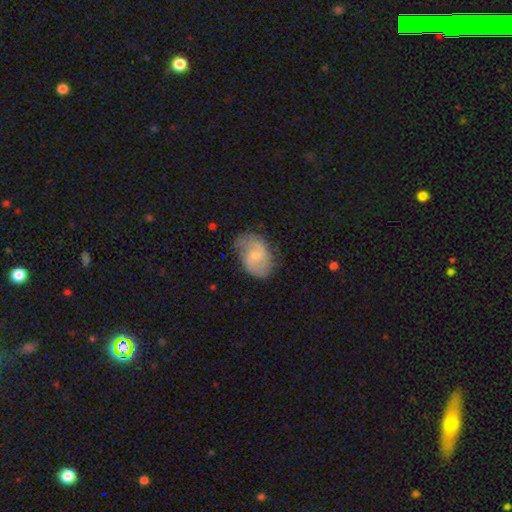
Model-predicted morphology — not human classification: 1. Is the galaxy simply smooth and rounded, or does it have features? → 63% featured or disk, 31% smooth, 6% star or artifact.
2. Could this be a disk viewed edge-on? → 97% no, 3% yes.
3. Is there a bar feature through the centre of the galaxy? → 47% weak, 45% no, 8% strong.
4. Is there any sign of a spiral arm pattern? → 88% yes, 12% no.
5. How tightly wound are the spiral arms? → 44% medium, 38% loose, 17% tight.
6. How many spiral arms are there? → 84% 2, 10% can't tell, 3% 1, 2% 3, 1% 4, 1% more than 4.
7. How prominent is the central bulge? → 60% small, 30% moderate, 7% none, 2% large, 1% dominant.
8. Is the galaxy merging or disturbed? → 65% none, 25% minor disturbance, 9% major disturbance, 2% merger.